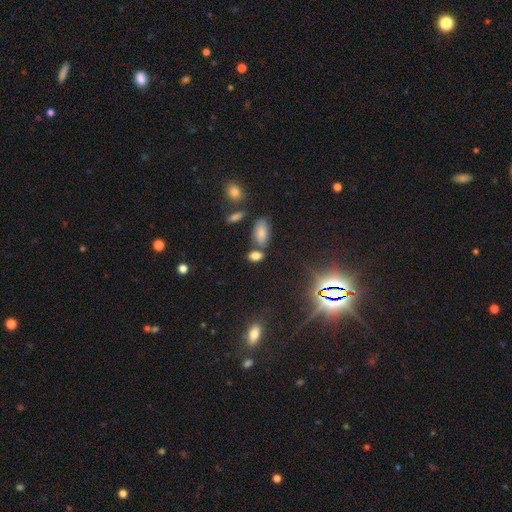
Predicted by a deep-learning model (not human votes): A smooth galaxy with no disk features (73%) that is in between round and cigar-shaped (82%).

Vote fractions:
- Smooth or featured? smooth: 73% / star or artifact: 18% / featured or disk: 9%
- How rounded? in between: 82% / round: 12% / cigar-shaped: 6%
- Merging? none: 63% / merger: 21% / minor disturbance: 12% / major disturbance: 4%